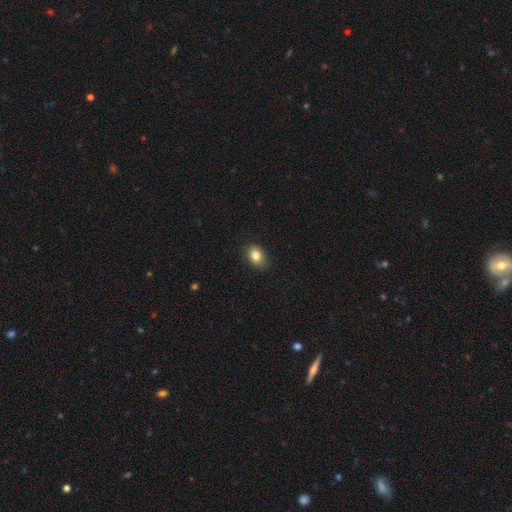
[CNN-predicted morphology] This appears to be a smooth galaxy with no disk features (84%) that is in between round and cigar-shaped (68%). Merging: none (84%).